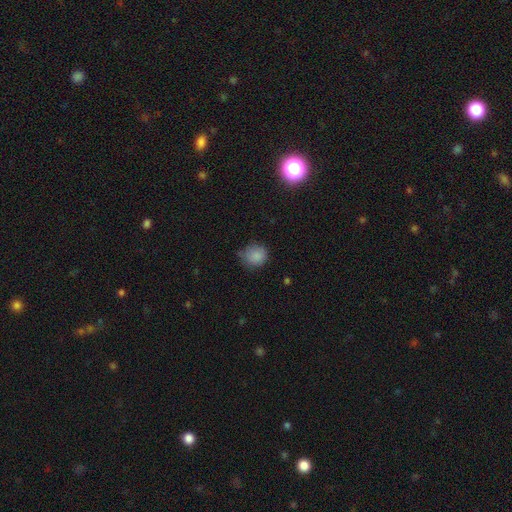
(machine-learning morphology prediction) type=smooth (86%); roundness=round (86%); merging=none (67%).